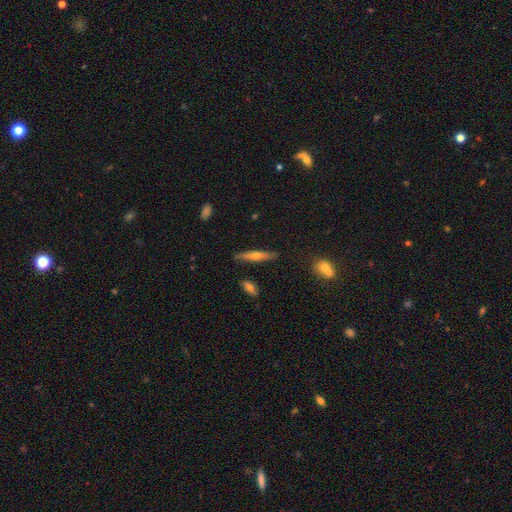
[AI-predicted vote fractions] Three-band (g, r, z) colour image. It shows a featured or disk galaxy (56%) viewed edge-on (92%) with a rounded central bulge (87%). Merging: none (84%).